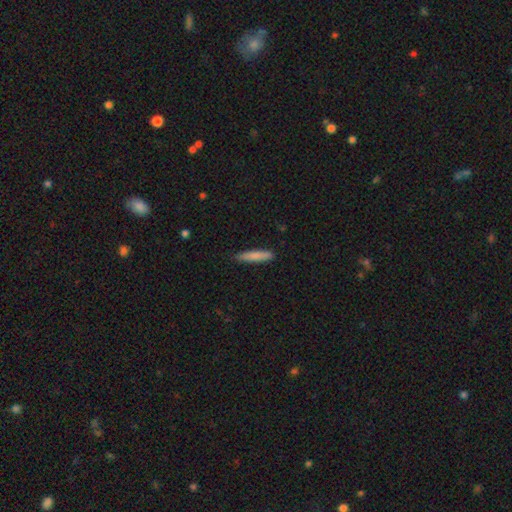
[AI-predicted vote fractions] A smooth galaxy with no disk features (81%) that is cigar-shaped (89%).

Vote fractions:
- Smooth or featured? smooth: 81% / featured or disk: 13% / star or artifact: 6%
- How rounded? cigar-shaped: 89% / in between: 9% / round: 1%
- Merging? none: 86% / minor disturbance: 11% / major disturbance: 2% / merger: 1%